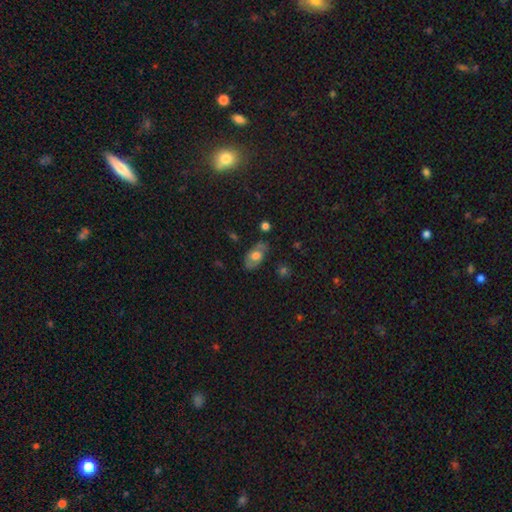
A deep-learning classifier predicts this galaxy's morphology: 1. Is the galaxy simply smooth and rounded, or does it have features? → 53% smooth, 39% featured or disk, 7% star or artifact.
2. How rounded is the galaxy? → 88% in between, 10% round, 2% cigar-shaped.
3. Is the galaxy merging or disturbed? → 73% none, 19% minor disturbance, 5% major disturbance, 2% merger.